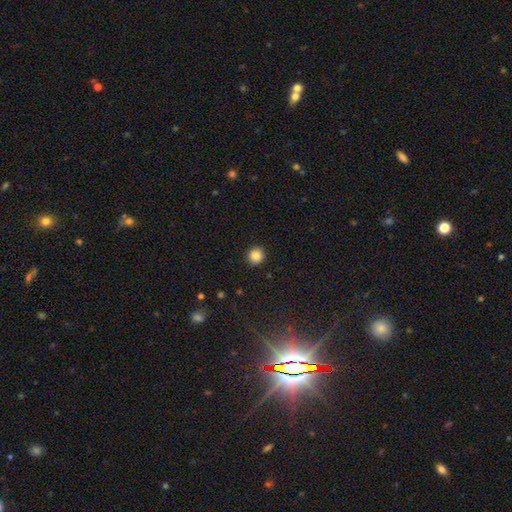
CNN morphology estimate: smooth 86%, star or artifact 11%, featured or disk 4%. Down the decision tree: how rounded — round (91%); merging — none (92%).